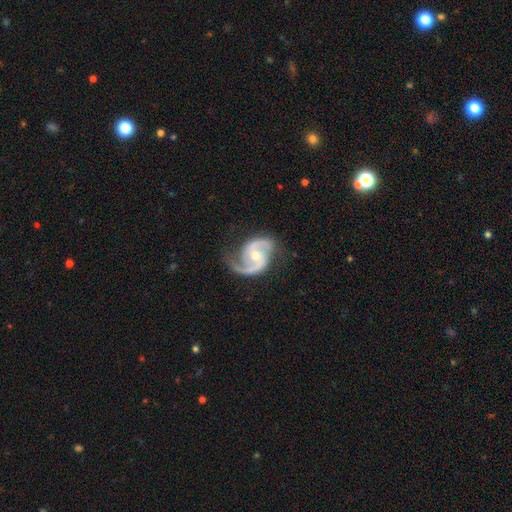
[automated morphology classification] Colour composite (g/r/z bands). It shows a featured or disk galaxy (93%) with no bar (51%), 2 (92%) medium (59%) spiral arms (98%) and a moderate central bulge (62%). Merging: none (74%).